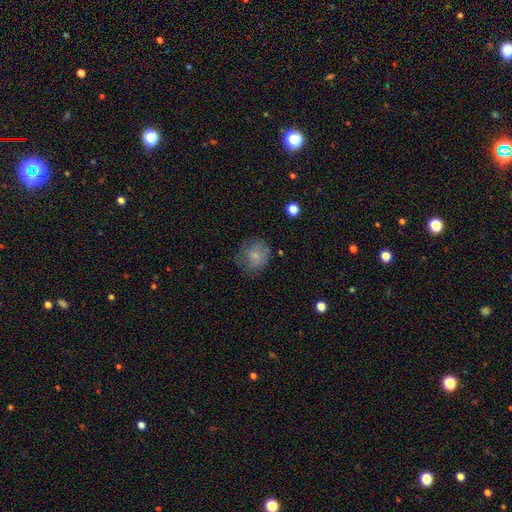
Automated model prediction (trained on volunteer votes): smooth 77%, featured or disk 14%, star or artifact 9%. Down the decision tree: how rounded — round (81%); merging — none (65%).